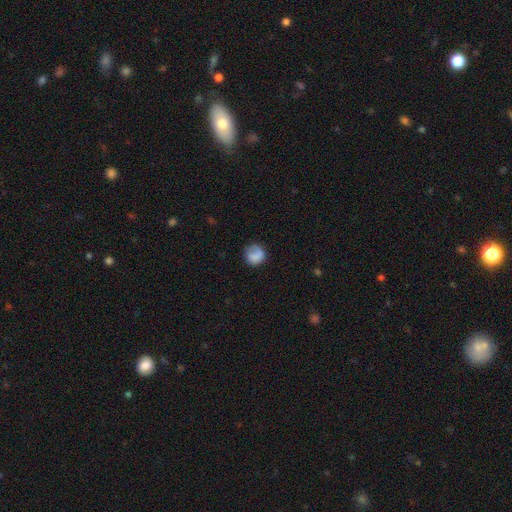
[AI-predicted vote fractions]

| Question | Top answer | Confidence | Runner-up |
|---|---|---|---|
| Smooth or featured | smooth | 78% | featured or disk (14%) |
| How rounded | round | 84% | in between (15%) |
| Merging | none | 63% | minor disturbance (22%) |